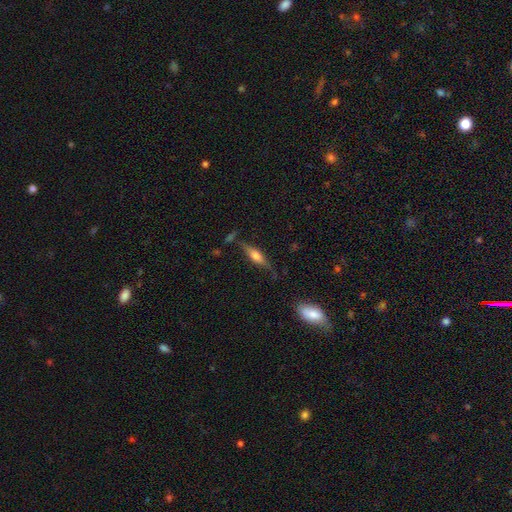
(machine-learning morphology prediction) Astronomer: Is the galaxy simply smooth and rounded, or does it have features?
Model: featured or disk — 62%.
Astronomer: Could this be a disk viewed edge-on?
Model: yes — 94%.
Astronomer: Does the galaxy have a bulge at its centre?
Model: rounded — 84%.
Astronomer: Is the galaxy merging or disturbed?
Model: none — 76%.